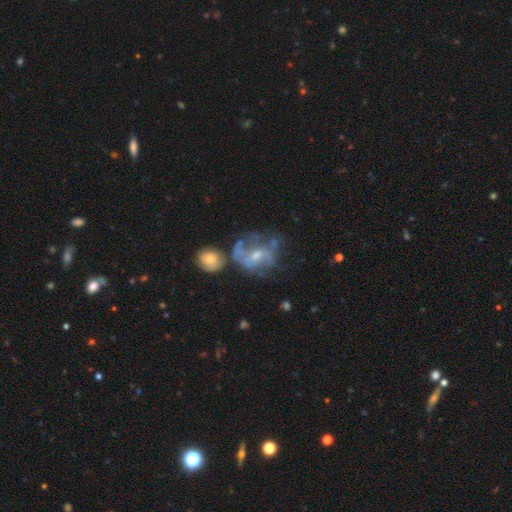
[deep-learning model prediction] Smooth or featured?
  - featured or disk: 69% *
  - smooth: 19%
  - star or artifact: 12%
Edge-on disk?
  - no: 96% *
  - yes: 4%
Bar?
  - no: 46% *
  - weak: 39%
  - strong: 15%
Spiral arms?
  - yes: 65% *
  - no: 35%
Bulge size?
  - moderate: 47% *
  - small: 45%
  - none: 5%
  - large: 3%
  - dominant: 1%
Merging?
  - none: 40% *
  - major disturbance: 22%
  - merger: 19%
  - minor disturbance: 19%